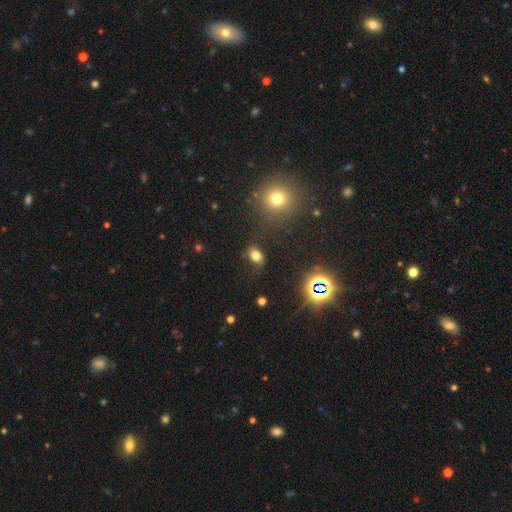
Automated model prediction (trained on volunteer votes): smooth_or_featured: smooth (p=0.70) [alt: star or artifact p=0.19]
how_rounded: in between (p=0.73) [alt: round p=0.25]
merging: none (p=0.69) [alt: minor disturbance p=0.18]